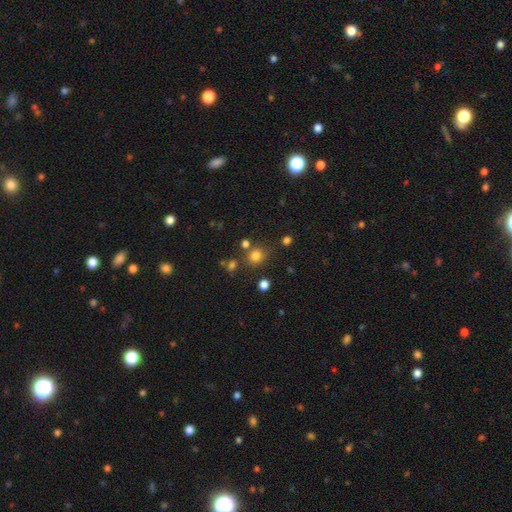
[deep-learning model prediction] smooth 77%, star or artifact 17%, featured or disk 6%. Down the decision tree: how rounded — round (82%); merging — none (76%).